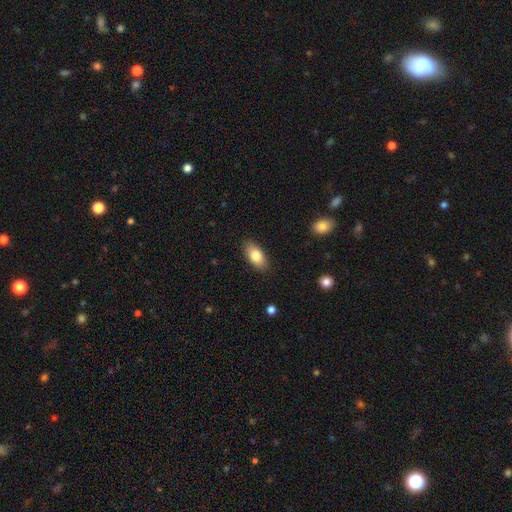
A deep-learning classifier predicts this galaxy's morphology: This appears to be a smooth galaxy with no disk features (81%) that is in between round and cigar-shaped (91%). Merging: none (87%).